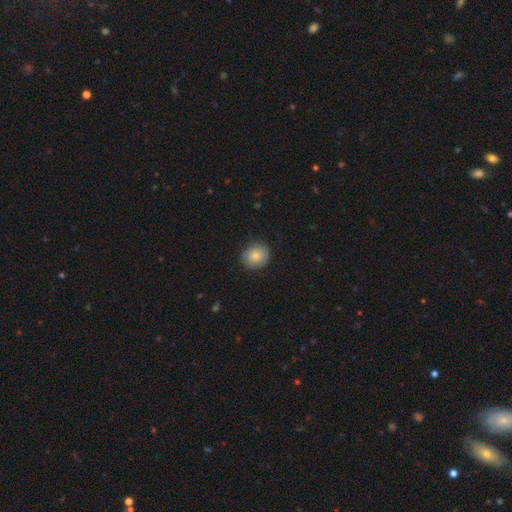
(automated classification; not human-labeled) This appears to be a smooth galaxy with no disk features (82%) that is round (77%). Merging: none (83%).